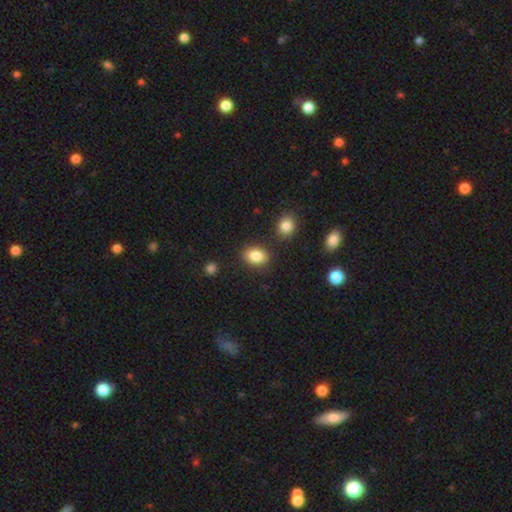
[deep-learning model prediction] A smooth galaxy with no disk features (86%) that is in between round and cigar-shaped (70%).

Vote fractions:
- Smooth or featured? smooth: 86% / star or artifact: 9% / featured or disk: 6%
- How rounded? in between: 70% / round: 29% / cigar-shaped: 1%
- Merging? none: 82% / minor disturbance: 10% / merger: 5% / major disturbance: 3%